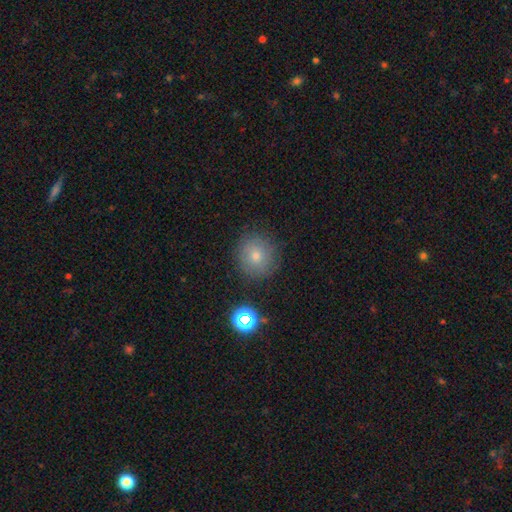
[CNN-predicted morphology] This appears to be a smooth galaxy with no disk features (73%) that is round (93%). Merging: none (87%).